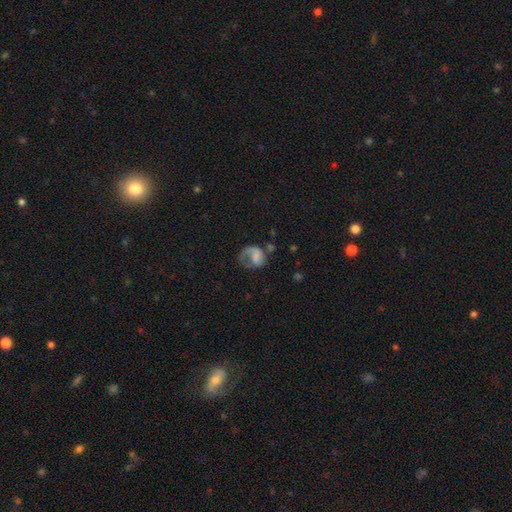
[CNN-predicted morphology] This is possibly a featured or disk galaxy (48%). Merging: possibly major disturbance (46%).